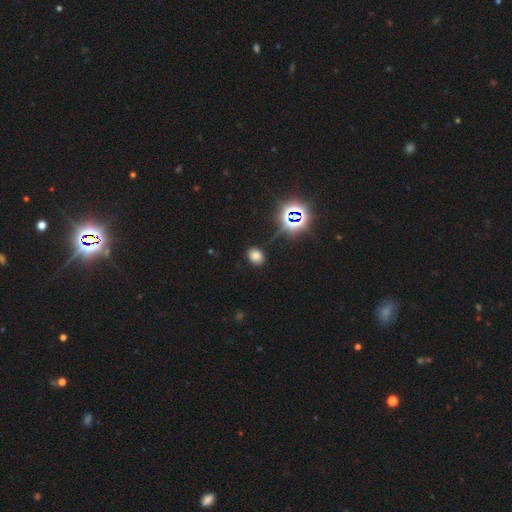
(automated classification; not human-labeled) smooth 70%, star or artifact 23%, featured or disk 7%. Down the decision tree: how rounded — in between (60%); merging — none (82%).